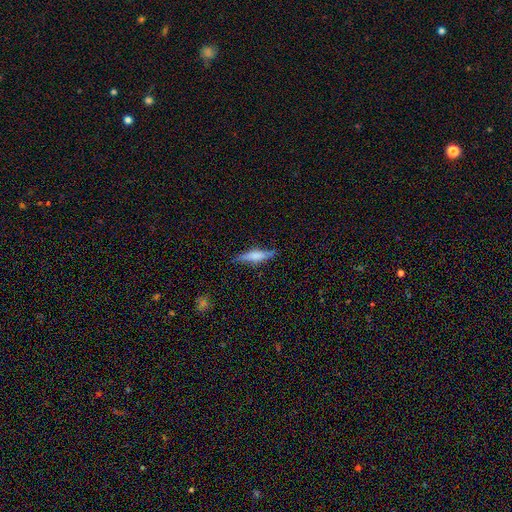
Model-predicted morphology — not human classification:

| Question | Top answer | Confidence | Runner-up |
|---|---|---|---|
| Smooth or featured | smooth | 60% | featured or disk (33%) |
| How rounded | cigar-shaped | 72% | in between (26%) |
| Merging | none | 77% | minor disturbance (17%) |